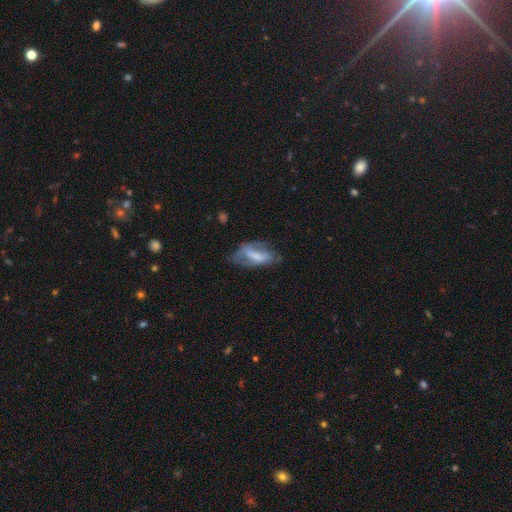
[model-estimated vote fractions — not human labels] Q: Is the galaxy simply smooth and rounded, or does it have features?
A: featured or disk — 47%.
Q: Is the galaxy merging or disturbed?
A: none — 43%.